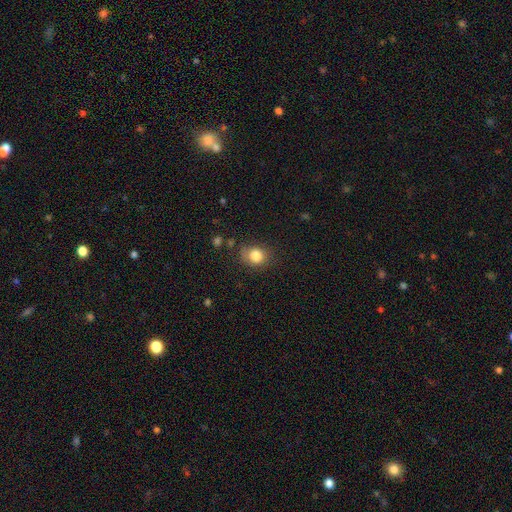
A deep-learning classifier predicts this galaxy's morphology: A smooth galaxy with no disk features (82%) that is round (68%).

Vote fractions:
- Smooth or featured? smooth: 82% / star or artifact: 11% / featured or disk: 7%
- How rounded? round: 68% / in between: 32% / cigar-shaped: 1%
- Merging? none: 71% / minor disturbance: 20% / major disturbance: 6% / merger: 3%